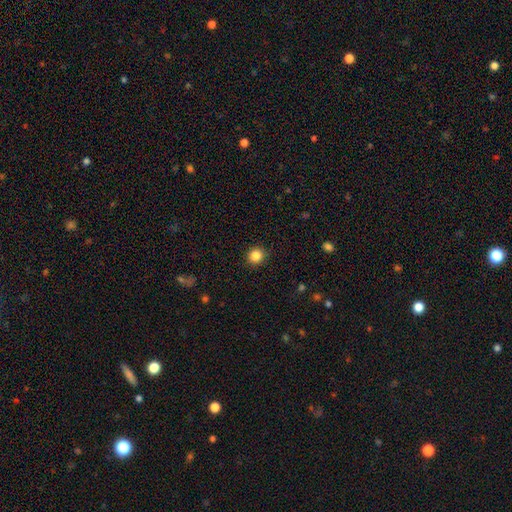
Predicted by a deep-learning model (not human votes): Morphology: type=smooth (85%); roundness=round (91%); merging=none (91%).